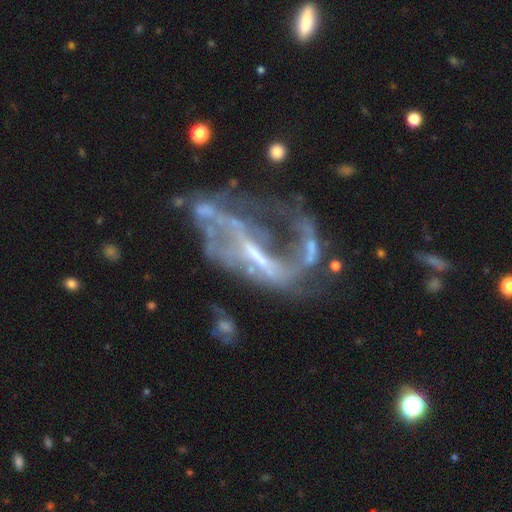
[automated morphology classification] type=featured or disk (79%); edge-on=no (93%); bar=strong (41%); spiral arms=yes (57%); bulge=none (38%, tied with small); merging=major disturbance (44%).